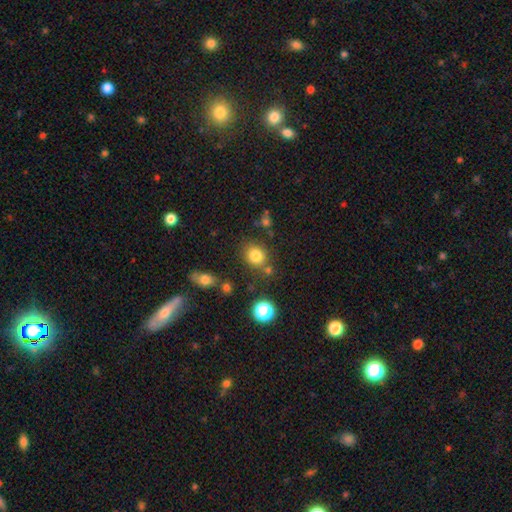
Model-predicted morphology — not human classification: smooth-or-featured: smooth: 80% | star or artifact: 13% | featured or disk: 7%
  how-rounded: round: 70% | in between: 29% | cigar-shaped: 1%
  merging: none: 74% | minor disturbance: 12% | merger: 9% | major disturbance: 4%